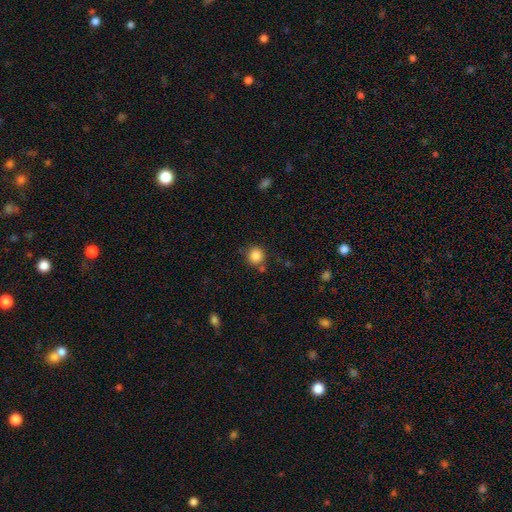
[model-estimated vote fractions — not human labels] Smooth or featured? Predicted: smooth (p=0.86). How rounded? Predicted: round (p=0.90). Merging? Predicted: none (p=0.77).